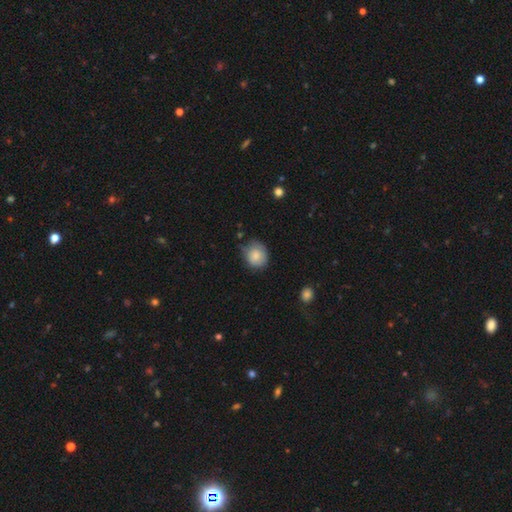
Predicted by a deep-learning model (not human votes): A smooth galaxy with no disk features (80%) that is round (73%). Merging: none (55%).